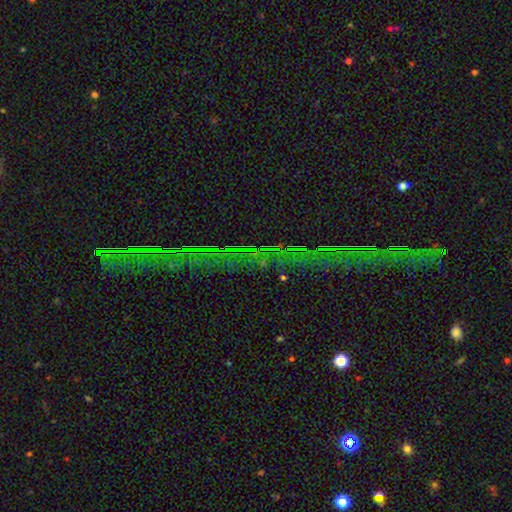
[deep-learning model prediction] A star or artifact, not a galaxy (84%).

Vote fractions:
- Smooth or featured? star or artifact: 84% / featured or disk: 8% / smooth: 7%